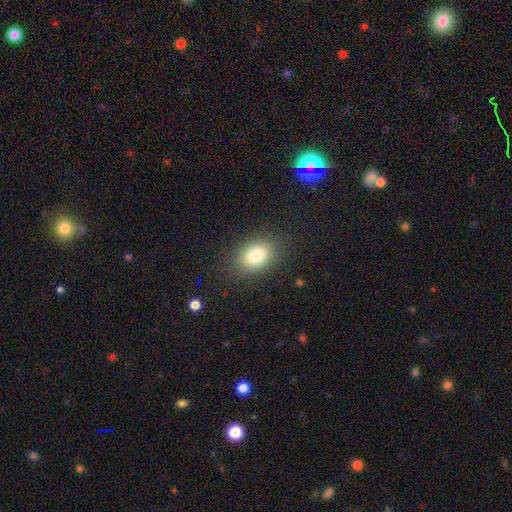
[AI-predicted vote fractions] Smooth or featured? smooth (81%)
How rounded? in between (76%)
Merging? none (85%)